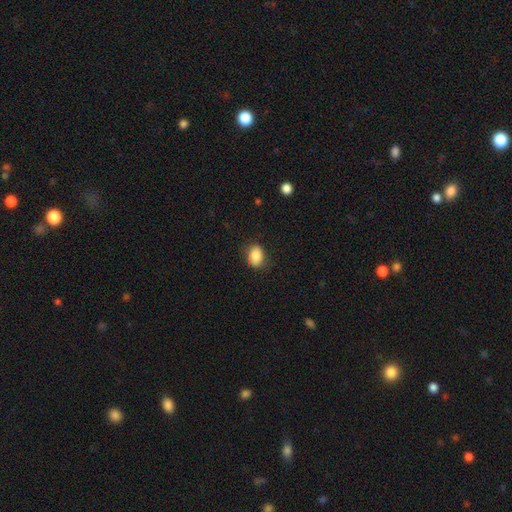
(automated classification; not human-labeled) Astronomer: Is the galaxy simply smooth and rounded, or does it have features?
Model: smooth — 85%.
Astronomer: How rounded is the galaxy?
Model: in between — 76%.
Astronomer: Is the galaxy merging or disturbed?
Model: none — 77%.